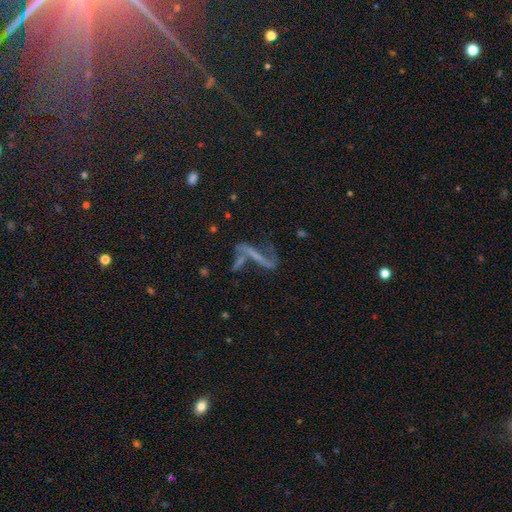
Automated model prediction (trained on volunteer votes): This is possibly a featured or disk galaxy (54%). It is likely not viewed edge-on (67%). Merging: marginally none (38%).